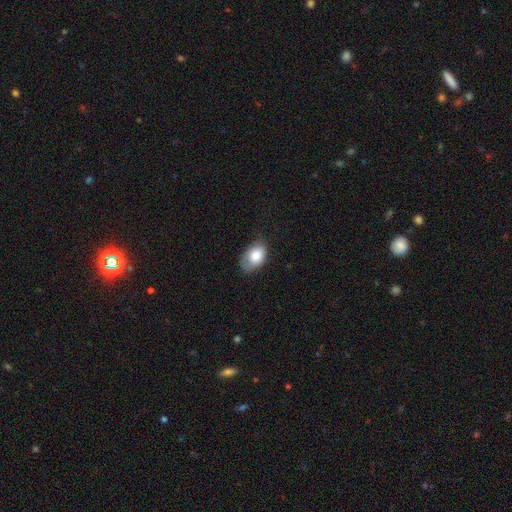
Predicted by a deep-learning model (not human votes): A smooth galaxy with no disk features (79%) that is in between round and cigar-shaped (86%). Merging: none (54%).